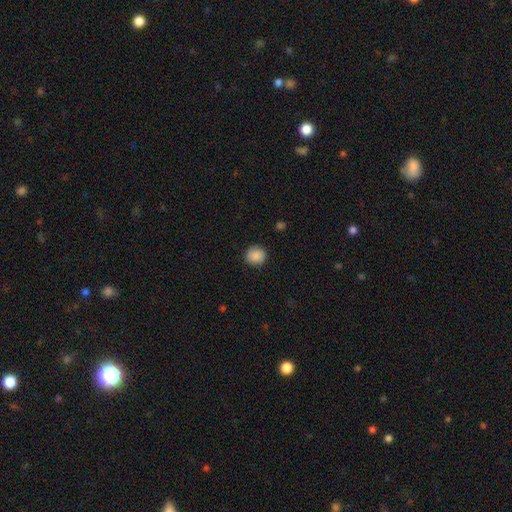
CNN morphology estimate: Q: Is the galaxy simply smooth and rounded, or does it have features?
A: smooth — 89%.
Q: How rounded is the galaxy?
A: round — 88%.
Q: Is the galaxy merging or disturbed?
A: none — 89%.